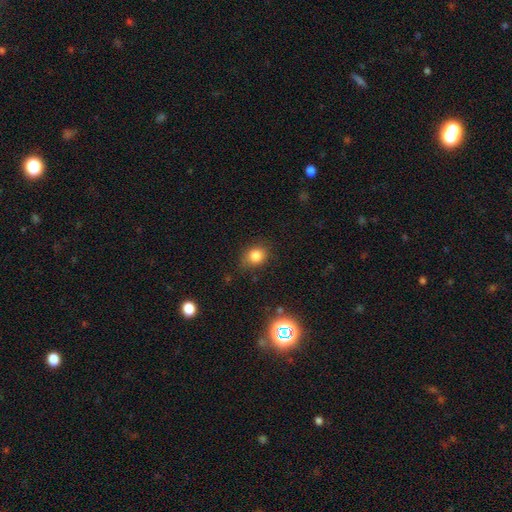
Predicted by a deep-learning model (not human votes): Smooth or featured: smooth — 81% (star or artifact — 13%)
How rounded: round — 57% (in between — 42%)
Merging: none — 75% (minor disturbance — 19%)